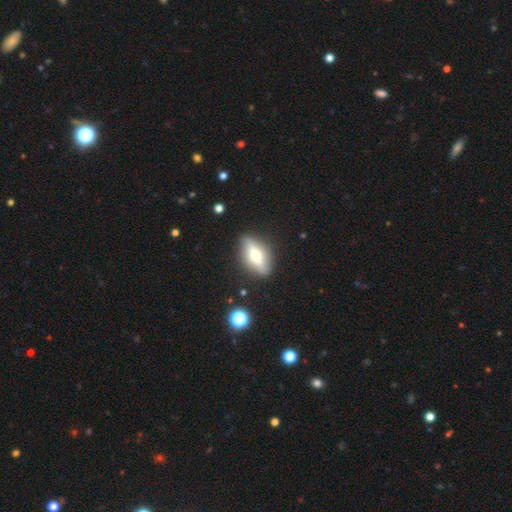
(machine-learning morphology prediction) Smooth or featured? Predicted: featured or disk (p=0.58). Edge-on disk? Predicted: yes (p=0.82). Merging? Predicted: none (p=0.86).